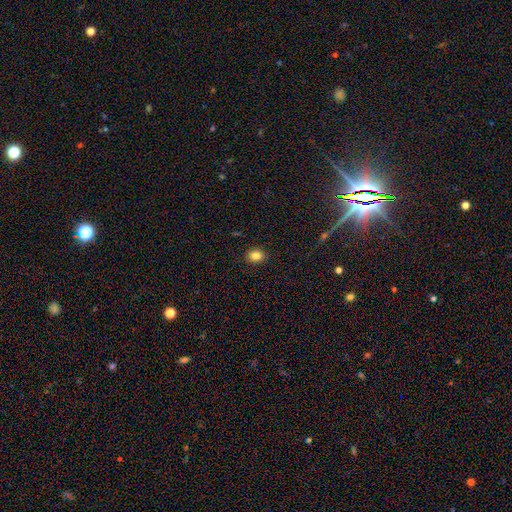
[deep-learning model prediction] smooth_or_featured: smooth (p=0.84) [alt: star or artifact p=0.11]
how_rounded: in between (p=0.55) [alt: round p=0.44]
merging: none (p=0.89) [alt: minor disturbance p=0.08]